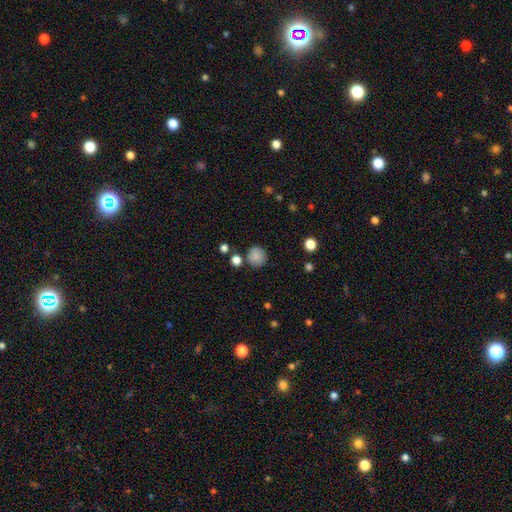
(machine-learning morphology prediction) smooth 85%, star or artifact 10%, featured or disk 5%. Down the decision tree: how rounded — round (91%); merging — none (79%).